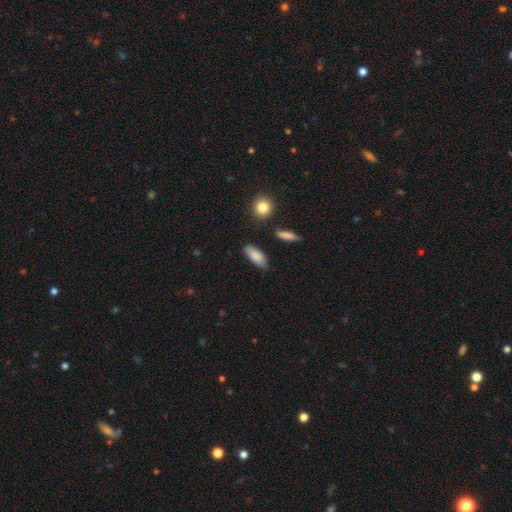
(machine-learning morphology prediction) This appears to be a smooth galaxy with no disk features (85%) that is in between round and cigar-shaped (79%). Merging: none (72%).